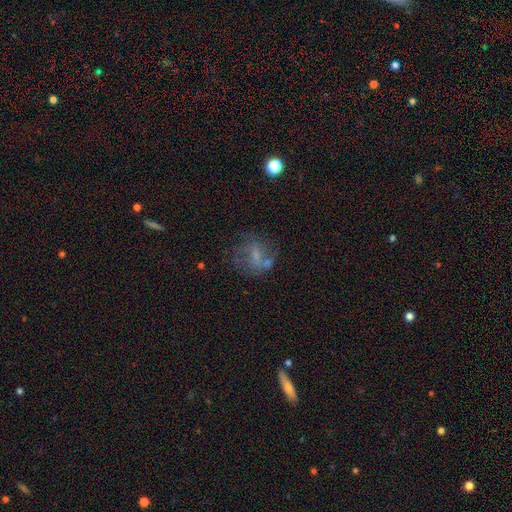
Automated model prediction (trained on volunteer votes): This appears to be a featured or disk galaxy (47%). Merging: none (48%).